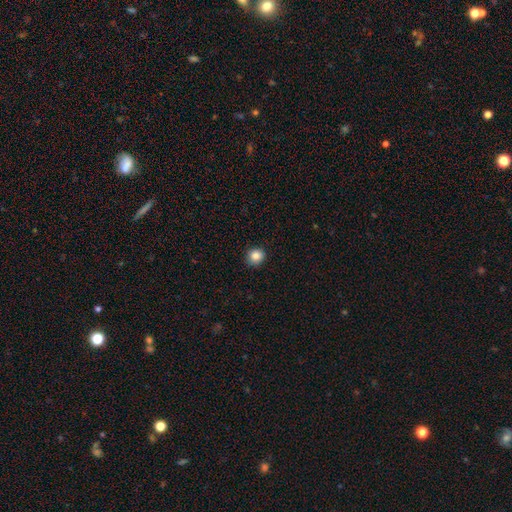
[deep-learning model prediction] smooth 85%, star or artifact 10%, featured or disk 4%. Down the decision tree: how rounded — round (88%); merging — none (90%).